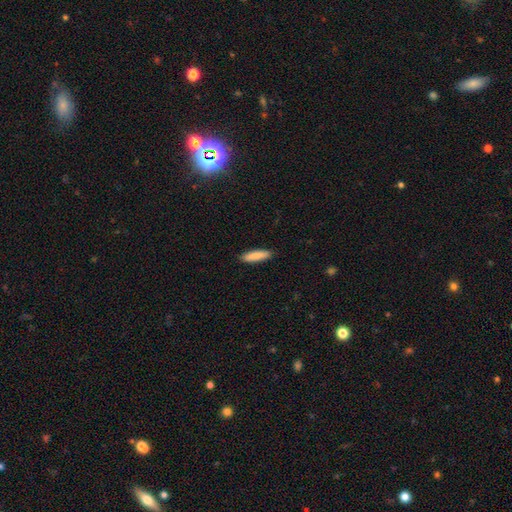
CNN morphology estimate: smooth 87%, featured or disk 7%, star or artifact 6%. Down the decision tree: how rounded — cigar-shaped (71%); merging — none (90%).